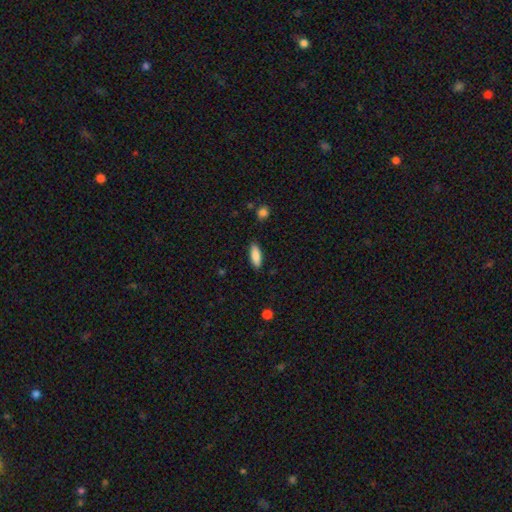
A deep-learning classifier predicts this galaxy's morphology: Smooth or featured?
  - smooth: 87% *
  - featured or disk: 7%
  - star or artifact: 6%
How rounded?
  - in between: 64% *
  - cigar-shaped: 35%
  - round: 2%
Merging?
  - none: 87% *
  - minor disturbance: 10%
  - major disturbance: 2%
  - merger: 1%